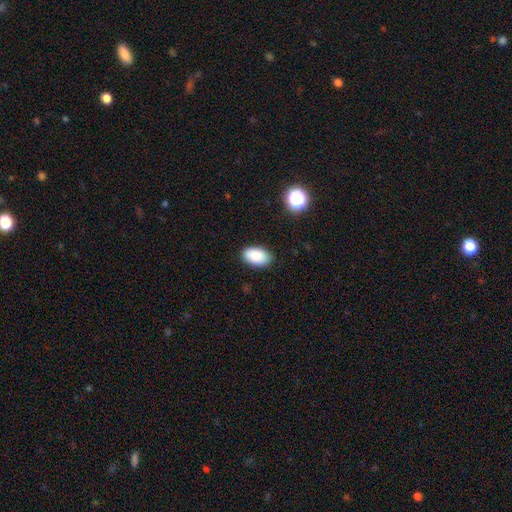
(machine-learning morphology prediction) Smooth or featured? smooth (88%)
How rounded? in between (94%)
Merging? none (88%)